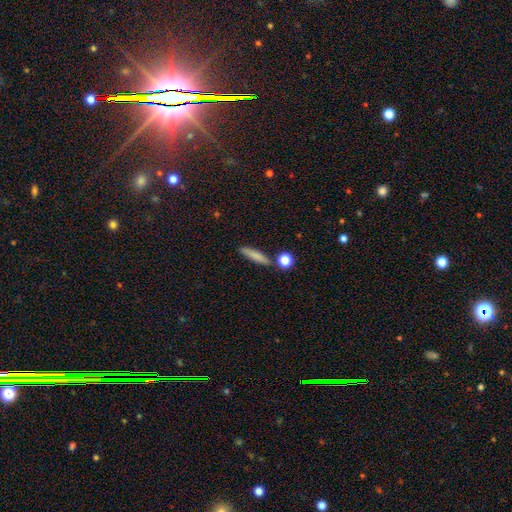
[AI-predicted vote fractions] This is likely a smooth galaxy (80%). How rounded: clearly cigar-shaped (82%). Merging: likely none (80%).